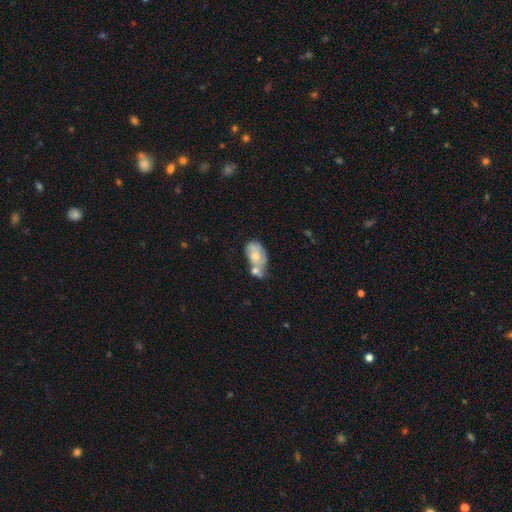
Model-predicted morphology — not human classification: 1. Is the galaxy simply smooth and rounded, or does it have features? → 53% smooth, 40% featured or disk, 7% star or artifact.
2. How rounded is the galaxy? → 88% in between, 11% round, 2% cigar-shaped.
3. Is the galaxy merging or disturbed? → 46% merger, 22% none, 20% minor disturbance, 12% major disturbance.